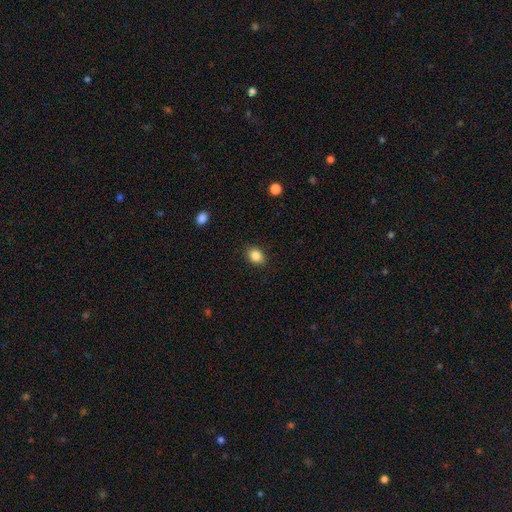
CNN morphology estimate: smooth_or_featured: smooth (p=0.86) [alt: star or artifact p=0.09]
how_rounded: in between (p=0.57) [alt: round p=0.42]
merging: none (p=0.89) [alt: minor disturbance p=0.08]